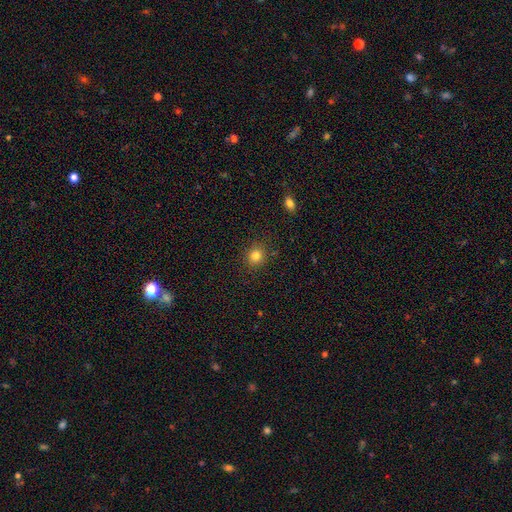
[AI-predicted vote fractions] Smooth or featured? smooth (82%)
How rounded? round (82%)
Merging? none (88%)